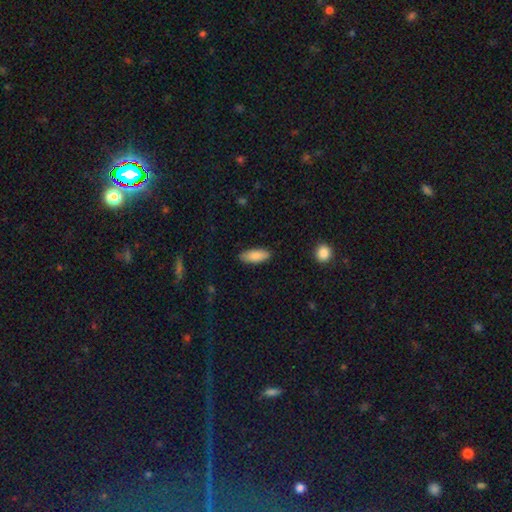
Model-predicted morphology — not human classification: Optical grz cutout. It shows a smooth galaxy with no disk features (86%) that is in between round and cigar-shaped (78%). Merging: none (87%).